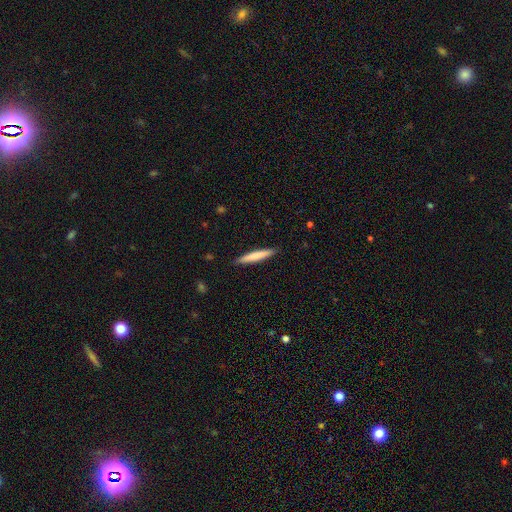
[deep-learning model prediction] smooth 73%, featured or disk 22%, star or artifact 5%. Down the decision tree: how rounded — cigar-shaped (95%); merging — none (91%).